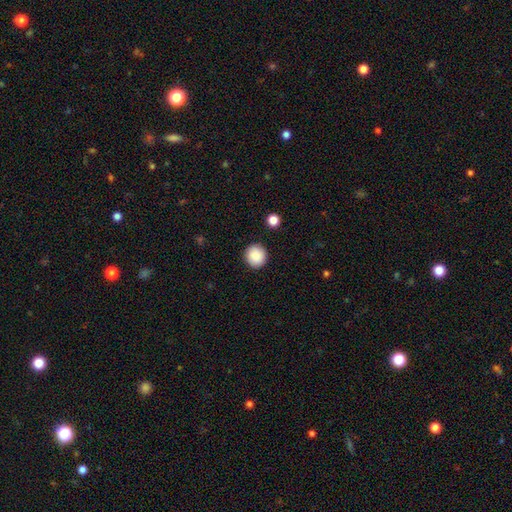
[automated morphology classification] smooth_or_featured: smooth (p=0.89) [alt: star or artifact p=0.08]
how_rounded: round (p=0.93) [alt: in between p=0.07]
merging: none (p=0.91) [alt: minor disturbance p=0.05]